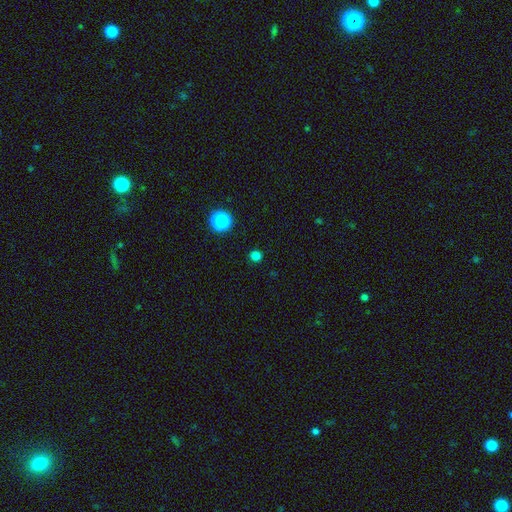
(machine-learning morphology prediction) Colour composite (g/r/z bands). It shows a smooth galaxy with no disk features (77%) that is round (92%). Merging: none (90%).